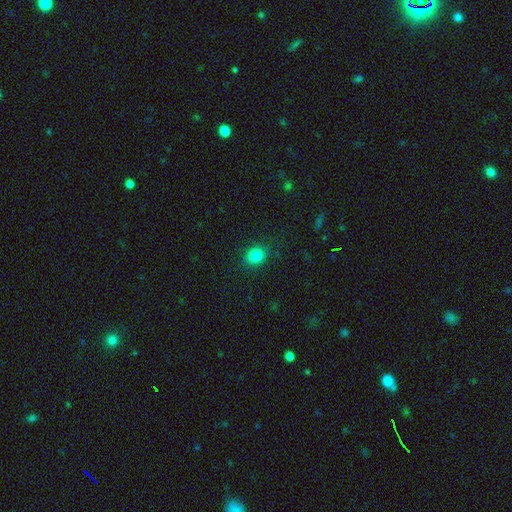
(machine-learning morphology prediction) Smooth or featured?
  - smooth: 84% *
  - star or artifact: 11%
  - featured or disk: 5%
How rounded?
  - round: 59% *
  - in between: 40%
  - cigar-shaped: 1%
Merging?
  - none: 88% *
  - minor disturbance: 8%
  - major disturbance: 3%
  - merger: 1%